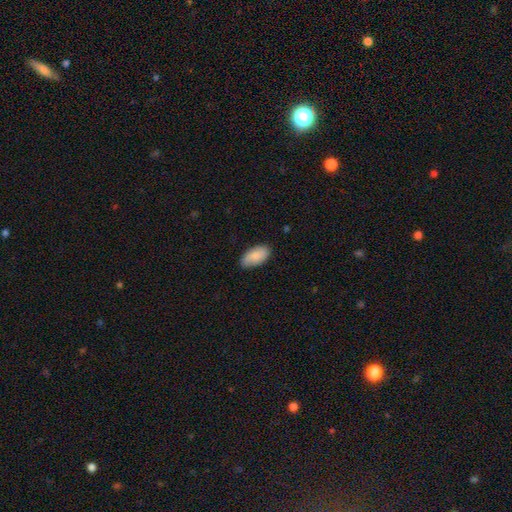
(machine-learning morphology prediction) Overall: smooth (86%). How rounded: in between (94%). Merging: none (83%).